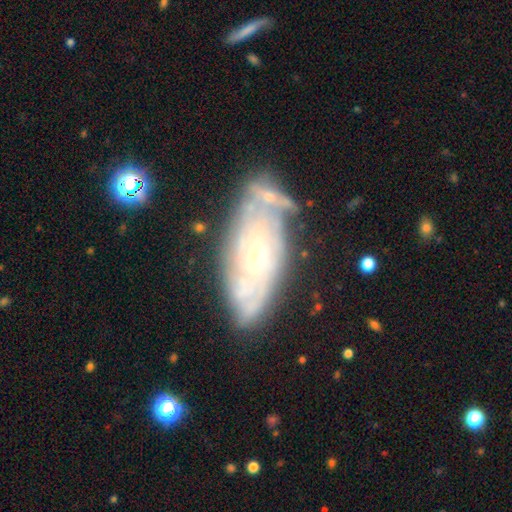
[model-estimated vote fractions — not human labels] Smooth or featured? Predicted: featured or disk (p=0.77). Edge-on disk? Predicted: no (p=0.89). Bar? Predicted: no (p=0.74). Spiral arms? Predicted: yes (p=0.86). Spiral winding? Predicted: tight (p=0.75). Spiral arm count? Predicted: can't tell (p=0.57). Bulge size? Predicted: small (p=0.68). Merging? Predicted: none (p=0.68).